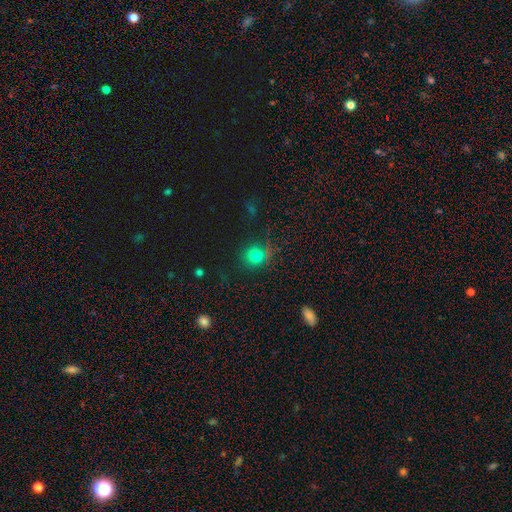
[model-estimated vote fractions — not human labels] Smooth or featured: smooth — 75% (star or artifact — 17%)
How rounded: round — 87% (in between — 11%)
Merging: none — 73% (minor disturbance — 15%)